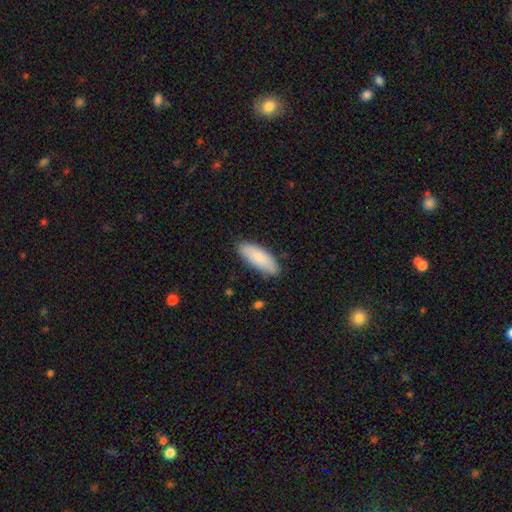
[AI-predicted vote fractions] Smooth or featured? smooth (86%)
How rounded? in between (68%)
Merging? none (86%)